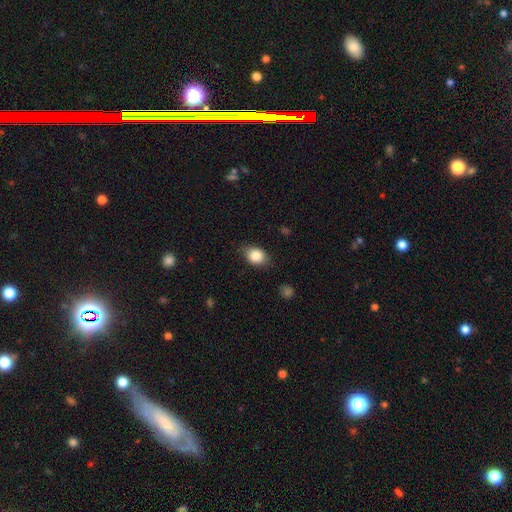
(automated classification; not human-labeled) Smooth or featured? Predicted: smooth (p=0.85). How rounded? Predicted: in between (p=0.58). Merging? Predicted: none (p=0.78).